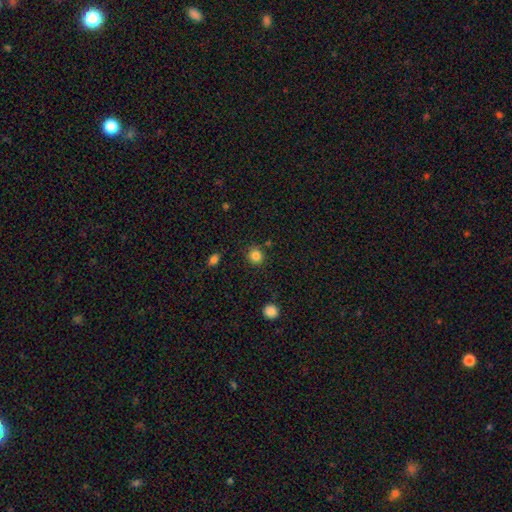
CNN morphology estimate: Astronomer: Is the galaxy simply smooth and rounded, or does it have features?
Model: smooth — 84%.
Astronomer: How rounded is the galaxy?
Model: round — 90%.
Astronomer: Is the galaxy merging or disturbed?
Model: none — 85%.